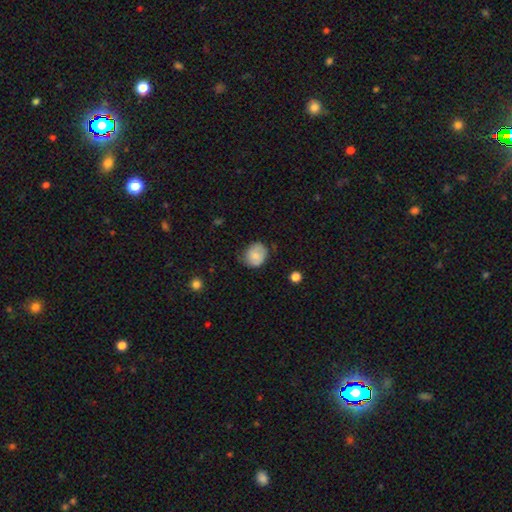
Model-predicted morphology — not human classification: This is likely a smooth galaxy (76%). How rounded: likely round (68%). Merging: likely none (69%).